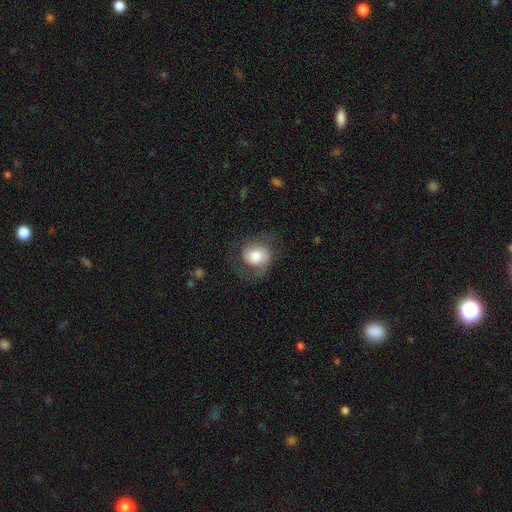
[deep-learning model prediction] Smooth or featured: featured or disk — 54% (smooth — 38%)
Edge-on disk: no — 97% (yes — 3%)
Bar: no — 69% (weak — 25%)
Spiral arms: yes — 88% (no — 12%)
Bulge size: large — 42% (moderate — 37%)
Merging: none — 59% (major disturbance — 20%)